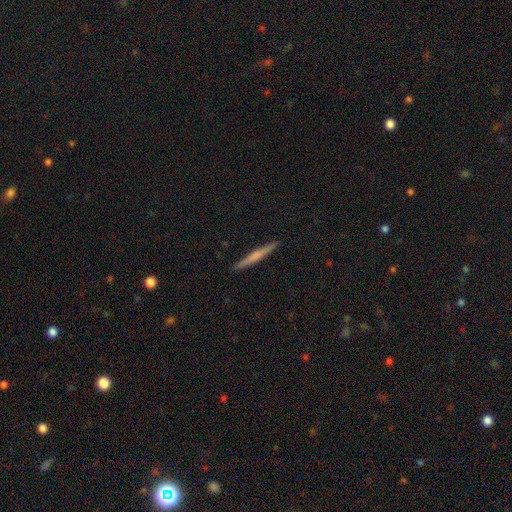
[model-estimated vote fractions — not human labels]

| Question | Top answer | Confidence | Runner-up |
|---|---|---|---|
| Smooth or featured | smooth | 48% | featured or disk (46%) |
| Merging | none | 92% | minor disturbance (5%) |